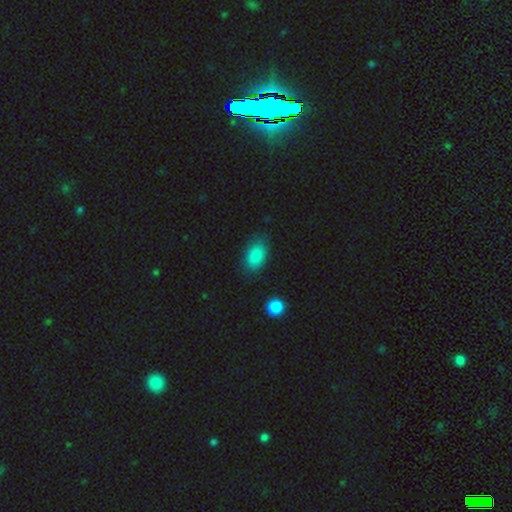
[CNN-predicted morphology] Q: Smooth or featured?
A: smooth (87%); runner-up: star or artifact (8%)
Q: How rounded?
A: in between (89%); runner-up: round (9%)
Q: Merging?
A: none (79%); runner-up: minor disturbance (15%)